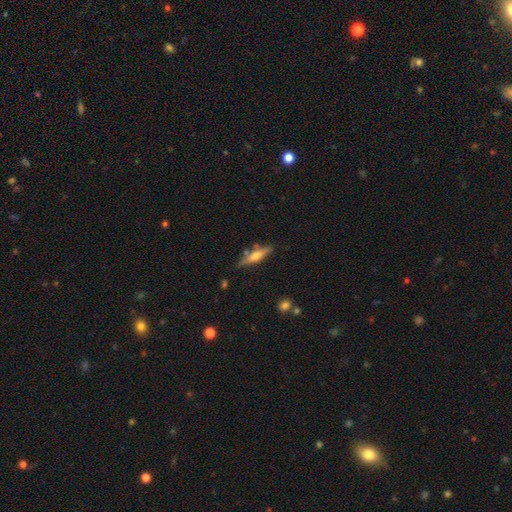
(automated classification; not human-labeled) smooth-or-featured: featured or disk: 56% | smooth: 38% | star or artifact: 7%
  disk-edge-on: yes: 94% | no: 6%
    edge-on-bulge: rounded: 85% | boxy: 9% | none: 6%
  merging: none: 78% | minor disturbance: 13% | merger: 6% | major disturbance: 3%